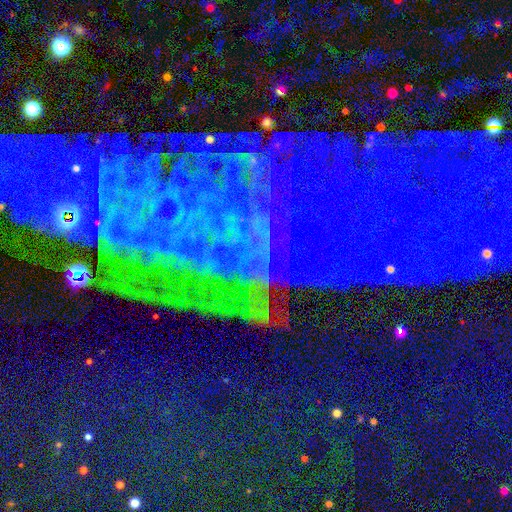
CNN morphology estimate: The model was most divided on "smooth or featured": star or artifact: 78%, featured or disk: 13%, smooth: 9%.